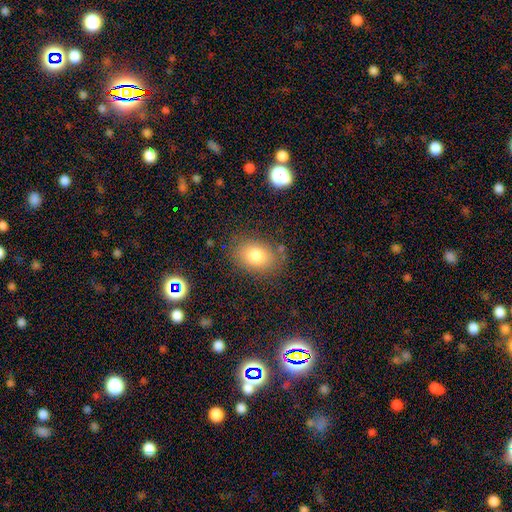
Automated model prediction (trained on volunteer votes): smooth-or-featured: smooth: 79% | featured or disk: 11% | star or artifact: 10%
  how-rounded: in between: 75% | round: 24% | cigar-shaped: 1%
  merging: none: 80% | minor disturbance: 13% | major disturbance: 4% | merger: 2%